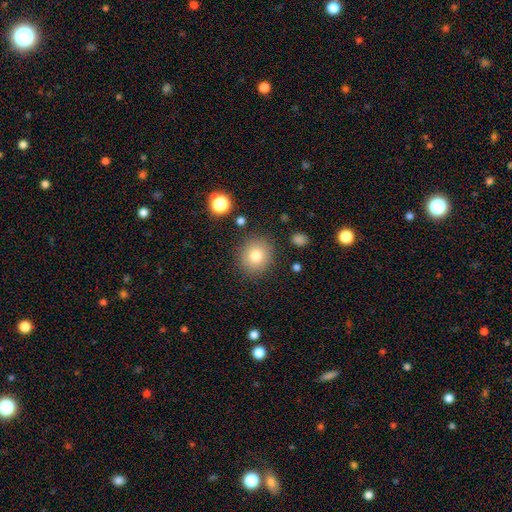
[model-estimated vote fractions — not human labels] Smooth or featured: smooth — 79% (star or artifact — 11%)
How rounded: round — 83% (in between — 16%)
Merging: none — 86% (minor disturbance — 9%)